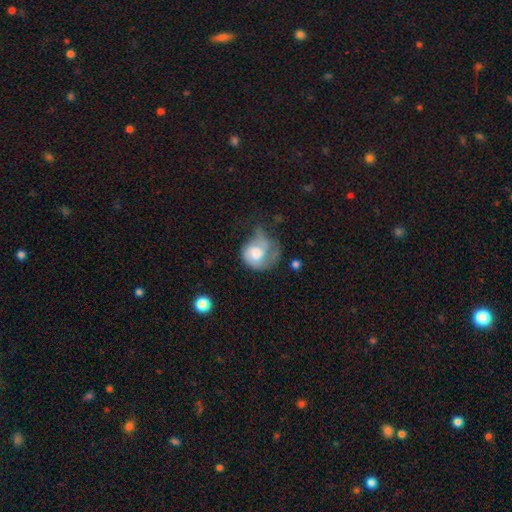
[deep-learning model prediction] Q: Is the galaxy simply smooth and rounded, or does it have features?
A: smooth — 53%.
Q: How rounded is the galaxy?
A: round — 65%.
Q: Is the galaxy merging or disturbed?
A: major disturbance — 46%.